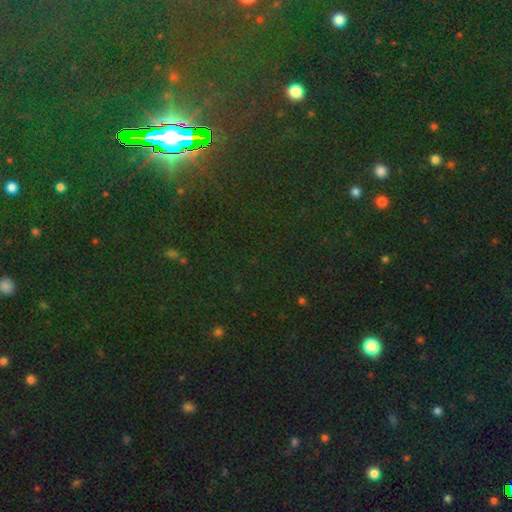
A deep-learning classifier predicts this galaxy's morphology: A star or artifact, not a galaxy (81%).